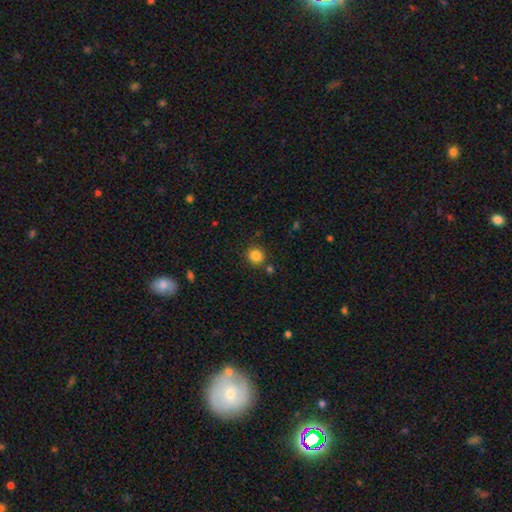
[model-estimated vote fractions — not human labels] This appears to be a smooth galaxy with no disk features (84%) that is round (90%). Merging: none (84%).